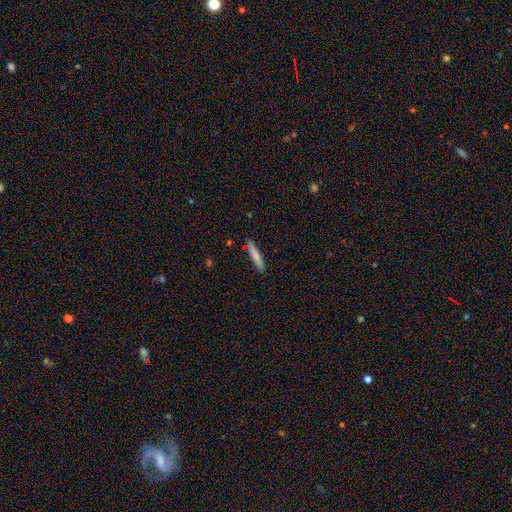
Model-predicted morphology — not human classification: Smooth or featured? smooth (77%)
How rounded? cigar-shaped (90%)
Merging? none (84%)